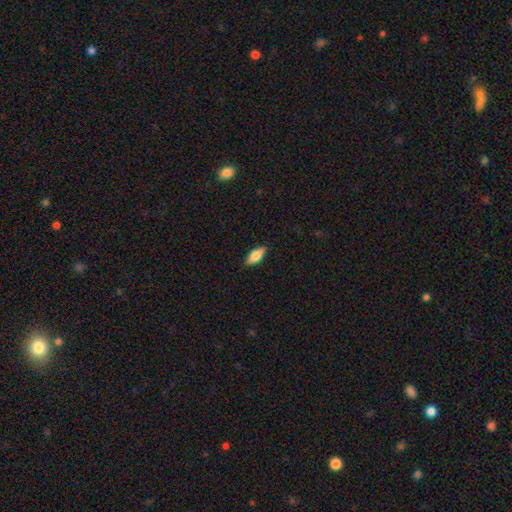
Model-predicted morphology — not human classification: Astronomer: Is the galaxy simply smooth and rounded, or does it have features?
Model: smooth — 74%.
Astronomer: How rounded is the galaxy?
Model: in between — 79%.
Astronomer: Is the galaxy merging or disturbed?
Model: none — 88%.